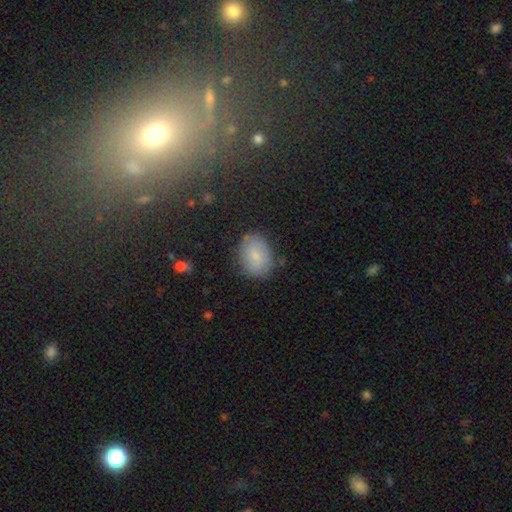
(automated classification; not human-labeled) The model was most divided on "how rounded": in between: 75%, round: 24%, cigar-shaped: 1%. More confident: merging — none (81%); smooth or featured — smooth (78%).